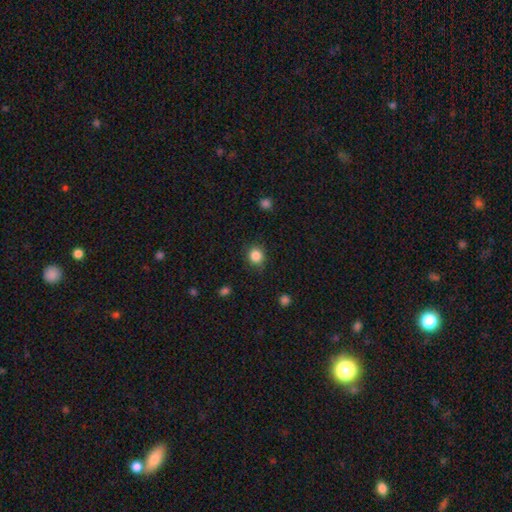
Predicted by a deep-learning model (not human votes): A smooth galaxy with no disk features (86%) that is round (85%).

Vote fractions:
- Smooth or featured? smooth: 86% / star or artifact: 10% / featured or disk: 4%
- How rounded? round: 85% / in between: 14% / cigar-shaped: 1%
- Merging? none: 82% / minor disturbance: 13% / major disturbance: 3% / merger: 1%